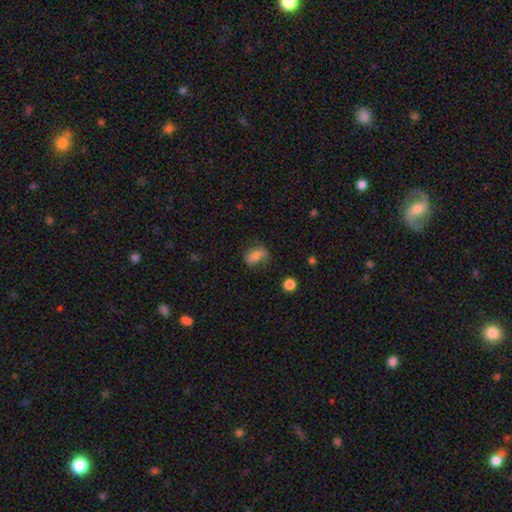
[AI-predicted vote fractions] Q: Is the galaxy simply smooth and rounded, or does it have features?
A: smooth — 73%.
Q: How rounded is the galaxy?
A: in between — 83%.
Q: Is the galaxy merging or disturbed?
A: none — 51%.